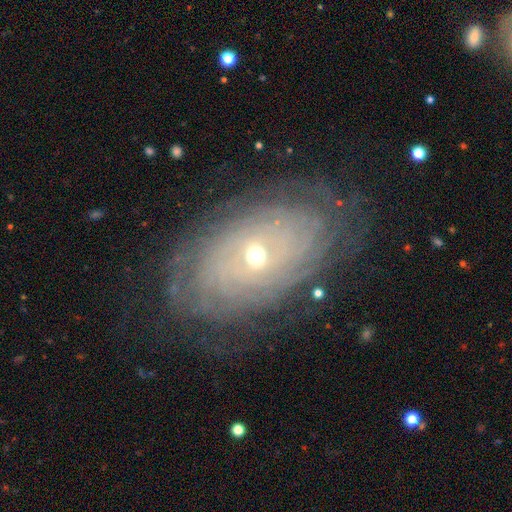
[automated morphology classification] smooth-or-featured: featured or disk: 79% | smooth: 14% | star or artifact: 7%
  disk-edge-on: no: 94% | yes: 6%
    bar: no: 76% | weak: 18% | strong: 6%
    has-spiral-arms: yes: 85% | no: 15%
      spiral-winding: tight: 84% | medium: 11% | loose: 4%
      spiral-arm-count: can't tell: 57% | more than 4: 14% | 4: 9% | 2: 9% | 3: 7% | 1: 5%
    bulge-size: small: 53% | moderate: 43% | large: 2% | dominant: 1% | none: 1%
  merging: none: 79% | minor disturbance: 14% | major disturbance: 6% | merger: 1%